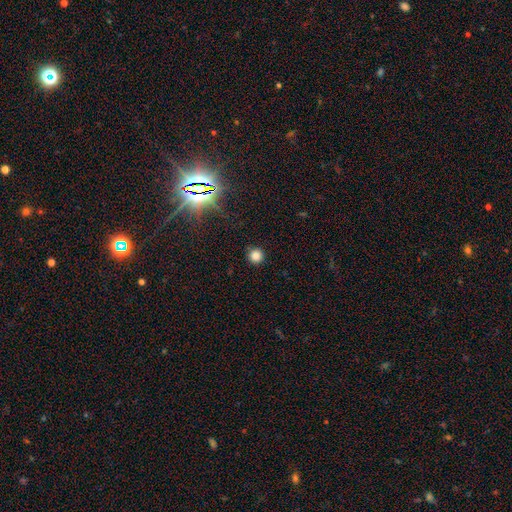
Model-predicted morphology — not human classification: A smooth galaxy with no disk features (82%) that is round (95%).

Vote fractions:
- Smooth or featured? smooth: 82% / star or artifact: 14% / featured or disk: 4%
- How rounded? round: 95% / in between: 4% / cigar-shaped: 1%
- Merging? none: 91% / minor disturbance: 6% / major disturbance: 2% / merger: 1%